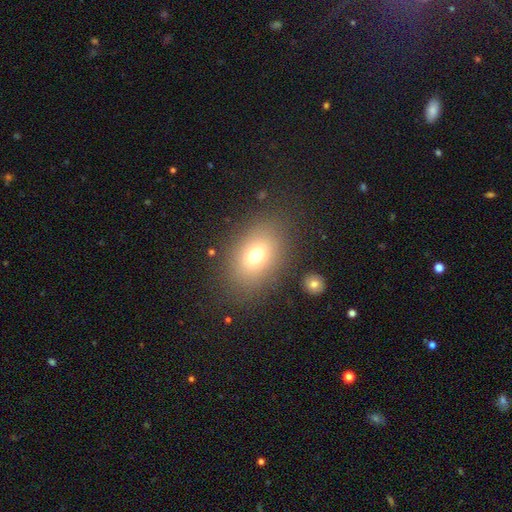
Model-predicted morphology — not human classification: smooth-or-featured: smooth: 72% | featured or disk: 15% | star or artifact: 14%
  how-rounded: in between: 79% | round: 19% | cigar-shaped: 2%
  merging: none: 82% | minor disturbance: 10% | major disturbance: 6% | merger: 3%